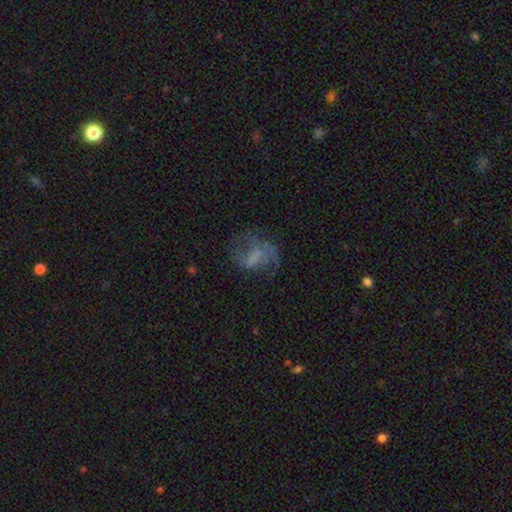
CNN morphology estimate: Smooth or featured?
  - featured or disk: 56% *
  - smooth: 30%
  - star or artifact: 14%
Edge-on disk?
  - no: 97% *
  - yes: 3%
Bar?
  - weak: 38% *
  - no: 35%
  - strong: 27%
Spiral arms?
  - yes: 61% *
  - no: 39%
Bulge size?
  - none: 61% *
  - small: 18%
  - moderate: 13%
  - large: 6%
  - dominant: 2%
Merging?
  - none: 47% *
  - major disturbance: 30%
  - minor disturbance: 20%
  - merger: 3%